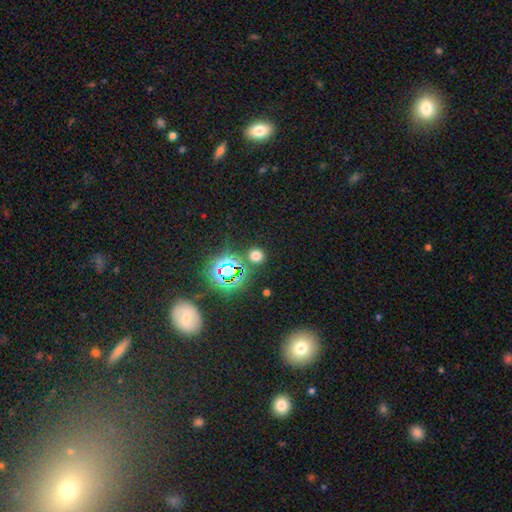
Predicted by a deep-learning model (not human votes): Smooth or featured?
  - smooth: 60% *
  - star or artifact: 34%
  - featured or disk: 6%
How rounded?
  - round: 87% *
  - in between: 12%
  - cigar-shaped: 1%
Merging?
  - none: 83% *
  - minor disturbance: 7%
  - merger: 6%
  - major disturbance: 4%